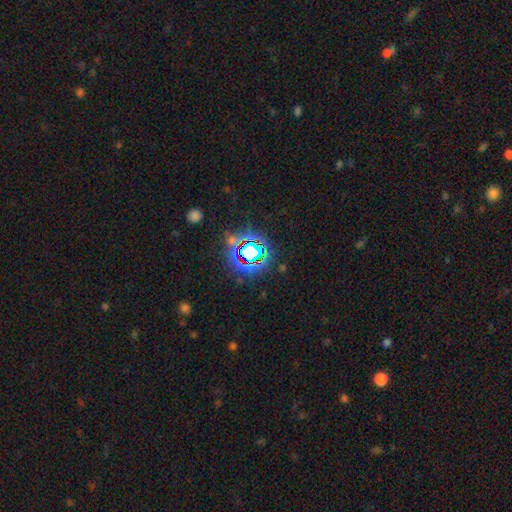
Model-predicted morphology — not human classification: Overall: star or artifact (78%).